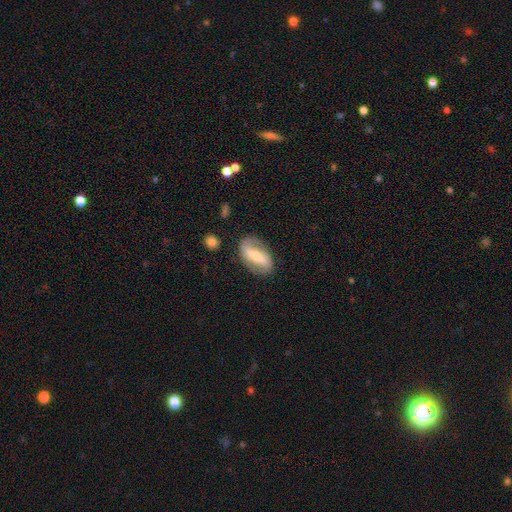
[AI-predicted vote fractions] Smooth or featured?
  - featured or disk: 63% *
  - smooth: 31%
  - star or artifact: 6%
Edge-on disk?
  - no: 91% *
  - yes: 9%
Bar?
  - strong: 58% *
  - weak: 27%
  - no: 15%
Spiral arms?
  - yes: 72% *
  - no: 28%
Bulge size?
  - moderate: 47% *
  - small: 40%
  - large: 7%
  - none: 4%
  - dominant: 2%
Merging?
  - none: 77% *
  - minor disturbance: 15%
  - major disturbance: 6%
  - merger: 2%